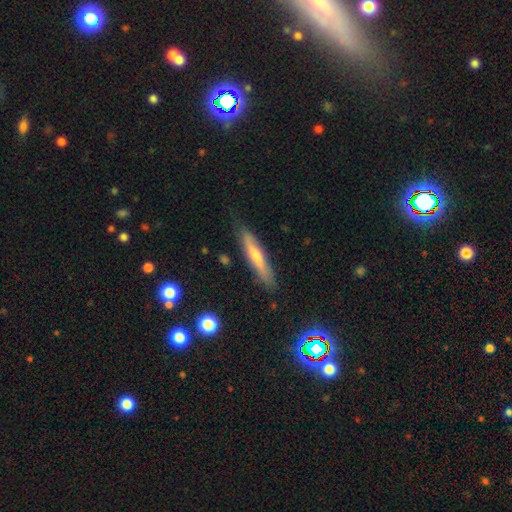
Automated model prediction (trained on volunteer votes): Q: Smooth or featured?
A: featured or disk (45%); runner-up: smooth (43%)
Q: Merging?
A: none (86%); runner-up: minor disturbance (10%)